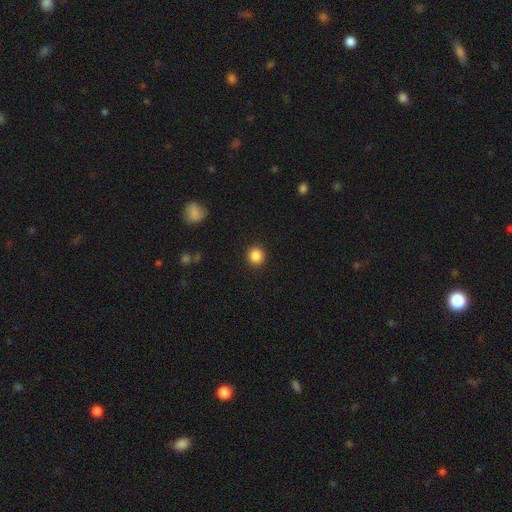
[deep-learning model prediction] Smooth or featured: smooth — 86% (star or artifact — 10%)
How rounded: round — 90% (in between — 9%)
Merging: none — 91% (minor disturbance — 6%)